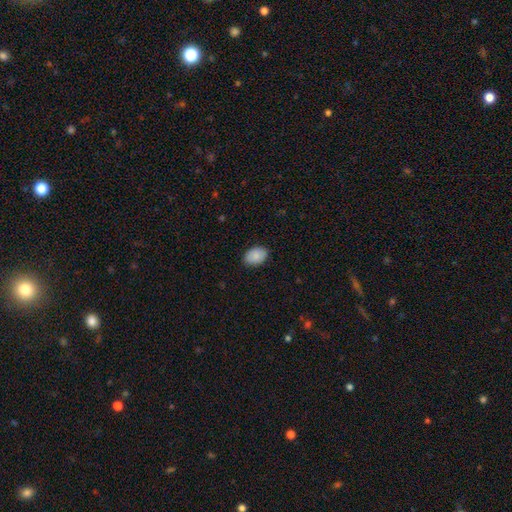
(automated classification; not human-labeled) smooth-or-featured: smooth: 88% | star or artifact: 6% | featured or disk: 6%
  how-rounded: in between: 86% | round: 13% | cigar-shaped: 1%
  merging: none: 86% | minor disturbance: 11% | major disturbance: 2% | merger: 1%